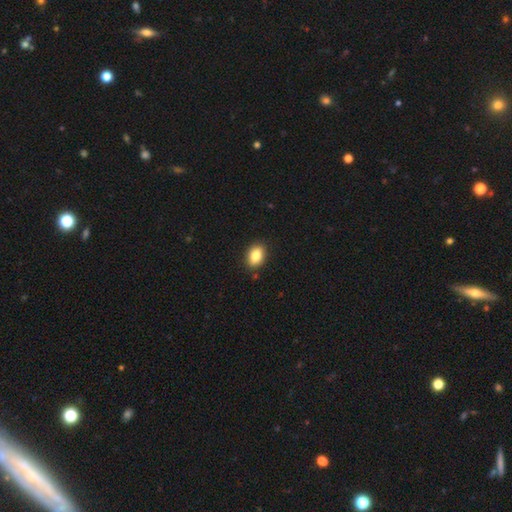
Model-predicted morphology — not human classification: smooth_or_featured: smooth (p=0.84) [alt: star or artifact p=0.08]
how_rounded: in between (p=0.80) [alt: round p=0.18]
merging: none (p=0.89) [alt: minor disturbance p=0.08]